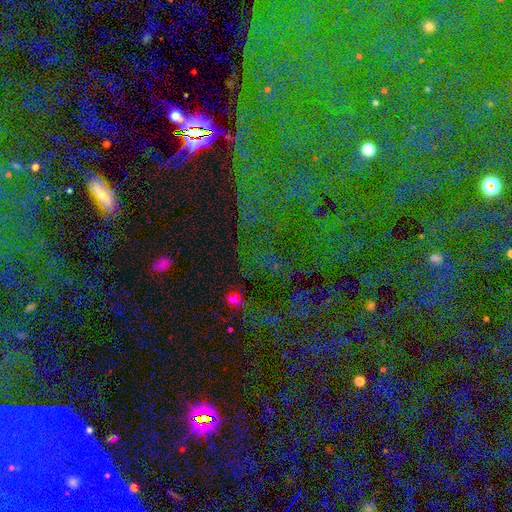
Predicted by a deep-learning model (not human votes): This appears to be a star or artifact, not a galaxy (79%).